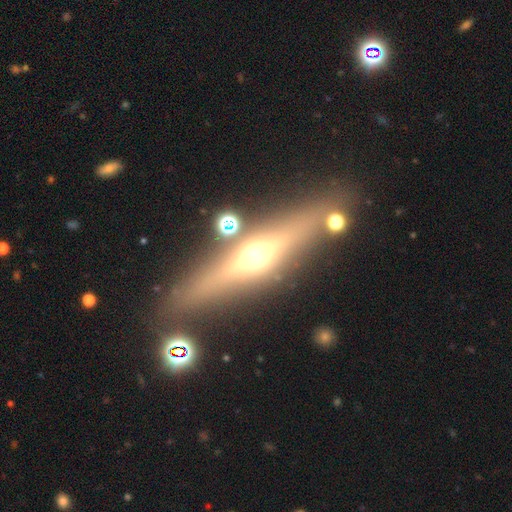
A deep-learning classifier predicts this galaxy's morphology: type=featured or disk (66%); edge-on=yes (92%); edge-on bulge=rounded (92%); merging=none (82%).